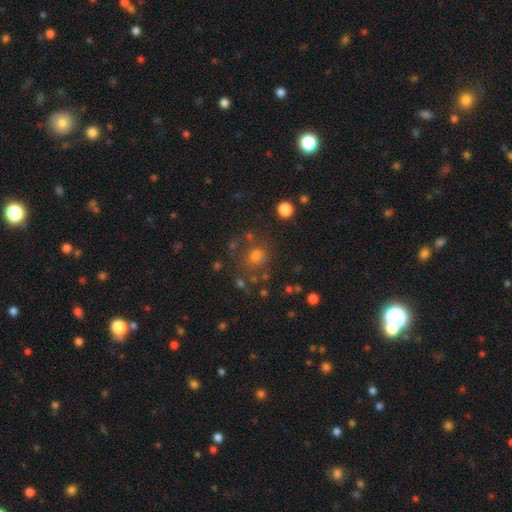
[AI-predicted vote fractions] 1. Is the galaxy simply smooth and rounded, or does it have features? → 64% smooth, 22% star or artifact, 14% featured or disk.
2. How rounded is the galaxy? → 83% round, 16% in between, 1% cigar-shaped.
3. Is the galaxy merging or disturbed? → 68% none, 14% minor disturbance, 9% merger, 9% major disturbance.